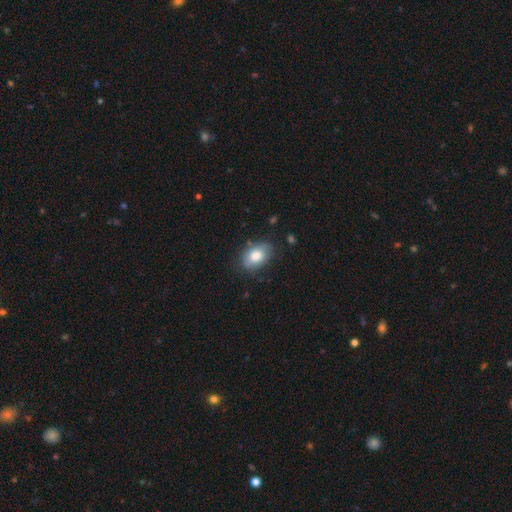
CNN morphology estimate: smooth_or_featured: smooth (p=0.79) [alt: featured or disk p=0.14]
how_rounded: in between (p=0.82) [alt: round p=0.16]
merging: none (p=0.74) [alt: minor disturbance p=0.20]